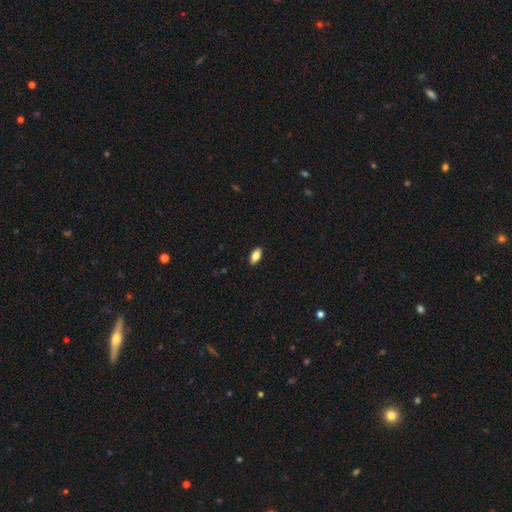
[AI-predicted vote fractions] smooth-or-featured: smooth: 80% | featured or disk: 13% | star or artifact: 7%
  how-rounded: in between: 87% | cigar-shaped: 10% | round: 3%
  merging: none: 89% | minor disturbance: 8% | major disturbance: 2% | merger: 1%